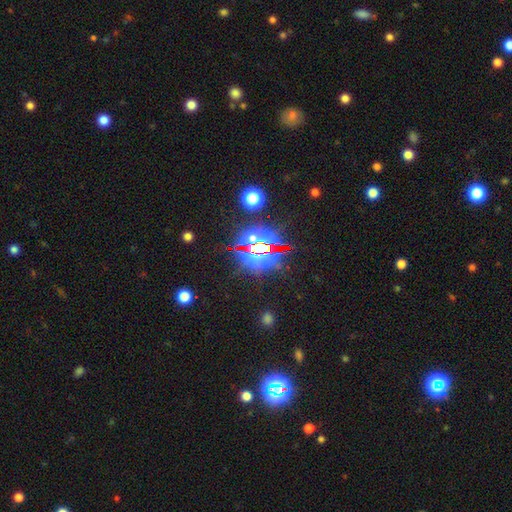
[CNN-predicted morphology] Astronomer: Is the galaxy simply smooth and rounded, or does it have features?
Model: star or artifact — 83%.